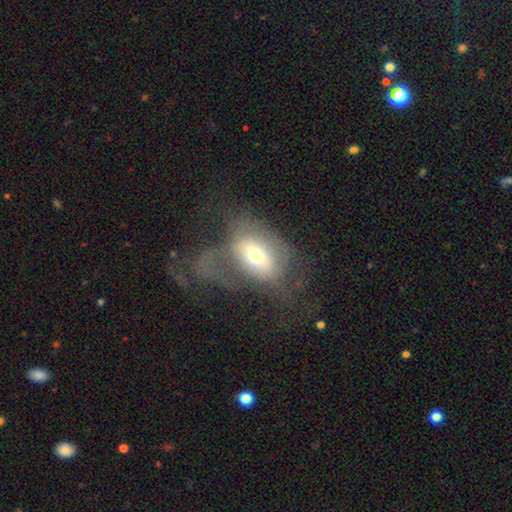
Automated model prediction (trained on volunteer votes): A smooth galaxy with no disk features (53%) that is in between round and cigar-shaped (73%). Merging: major disturbance (58%).